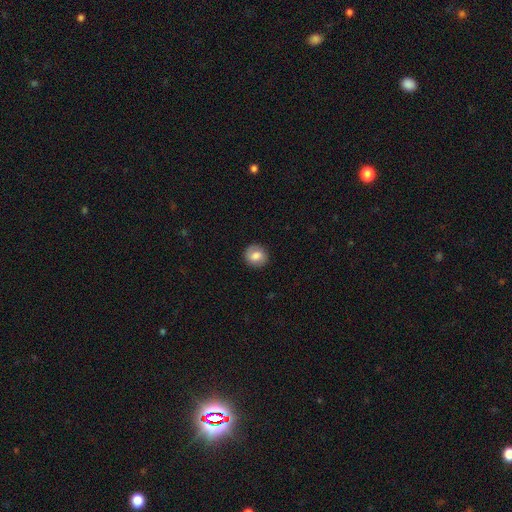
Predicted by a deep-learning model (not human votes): Smooth or featured?
  - smooth: 75% *
  - featured or disk: 17%
  - star or artifact: 8%
How rounded?
  - round: 87% *
  - in between: 12%
  - cigar-shaped: 1%
Merging?
  - none: 88% *
  - minor disturbance: 8%
  - major disturbance: 2%
  - merger: 1%